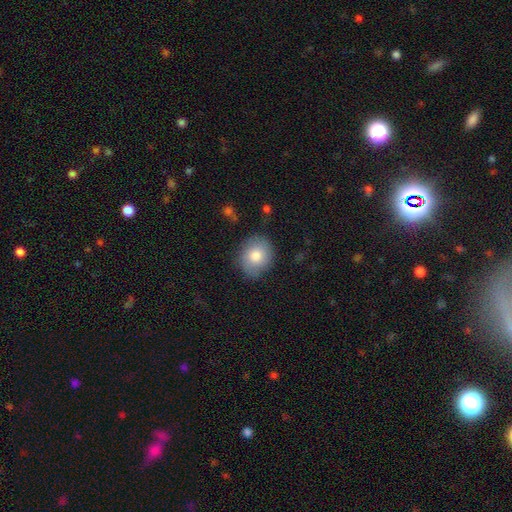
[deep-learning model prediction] A smooth galaxy with no disk features (79%) that is round (72%).

Vote fractions:
- Smooth or featured? smooth: 79% / featured or disk: 13% / star or artifact: 7%
- How rounded? round: 72% / in between: 27% / cigar-shaped: 1%
- Merging? none: 80% / minor disturbance: 15% / major disturbance: 4% / merger: 1%